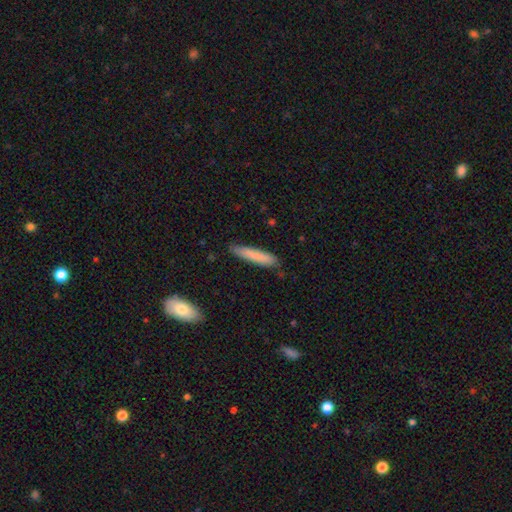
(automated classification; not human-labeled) This is clearly a smooth galaxy (81%). How rounded: clearly cigar-shaped (90%). Merging: clearly none (83%).